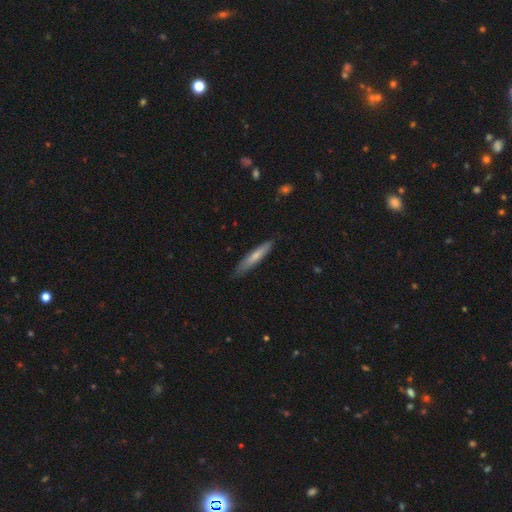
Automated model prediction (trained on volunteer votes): Smooth or featured? smooth (69%)
How rounded? cigar-shaped (89%)
Merging? none (81%)